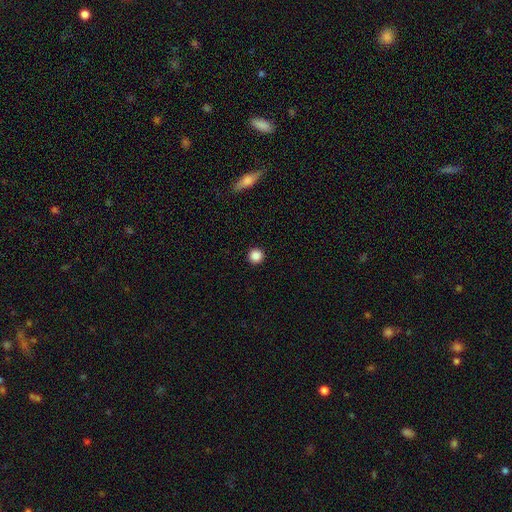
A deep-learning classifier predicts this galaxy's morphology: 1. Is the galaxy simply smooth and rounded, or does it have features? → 87% smooth, 10% star or artifact, 3% featured or disk.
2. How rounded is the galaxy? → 96% round, 3% in between, 1% cigar-shaped.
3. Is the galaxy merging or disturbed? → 93% none, 4% minor disturbance, 2% major disturbance, 1% merger.